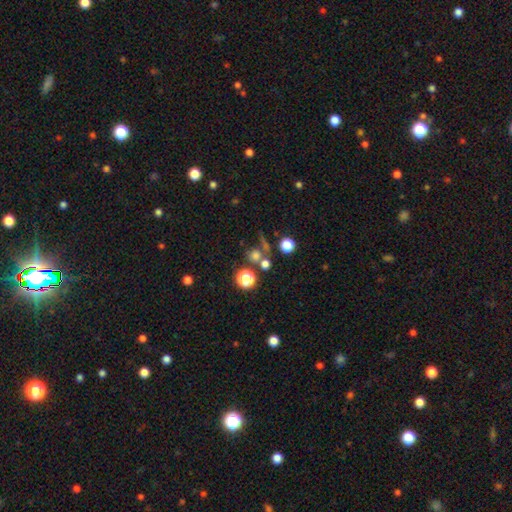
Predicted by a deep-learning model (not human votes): Morphology: type=smooth (63%); roundness=round (88%); merging=none (55%).